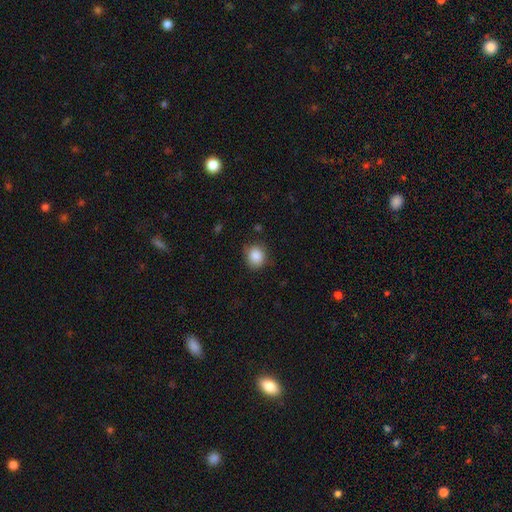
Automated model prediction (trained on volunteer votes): A smooth galaxy with no disk features (87%) that is round (74%).

Vote fractions:
- Smooth or featured? smooth: 87% / star or artifact: 9% / featured or disk: 4%
- How rounded? round: 74% / in between: 25% / cigar-shaped: 1%
- Merging? none: 79% / minor disturbance: 16% / major disturbance: 3% / merger: 1%